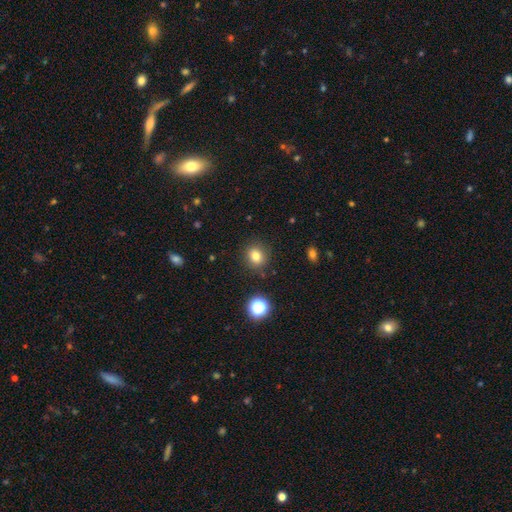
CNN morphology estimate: Smooth or featured? smooth (79%)
How rounded? round (76%)
Merging? none (86%)